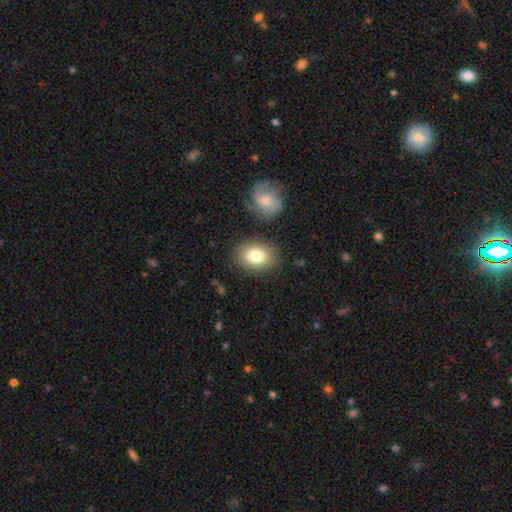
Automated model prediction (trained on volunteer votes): A smooth galaxy with no disk features (83%) that is in between round and cigar-shaped (71%).

Vote fractions:
- Smooth or featured? smooth: 83% / featured or disk: 10% / star or artifact: 7%
- How rounded? in between: 71% / round: 28% / cigar-shaped: 1%
- Merging? none: 82% / minor disturbance: 11% / merger: 4% / major disturbance: 3%